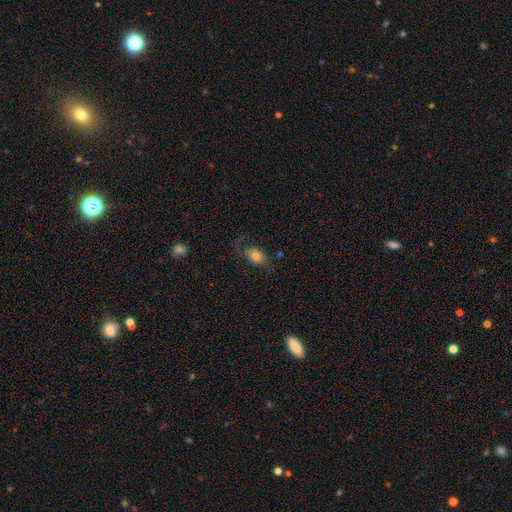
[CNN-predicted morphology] Smooth or featured?
  - smooth: 69% *
  - featured or disk: 21%
  - star or artifact: 10%
How rounded?
  - in between: 82% *
  - round: 16%
  - cigar-shaped: 3%
Merging?
  - none: 58% *
  - minor disturbance: 22%
  - major disturbance: 18%
  - merger: 2%